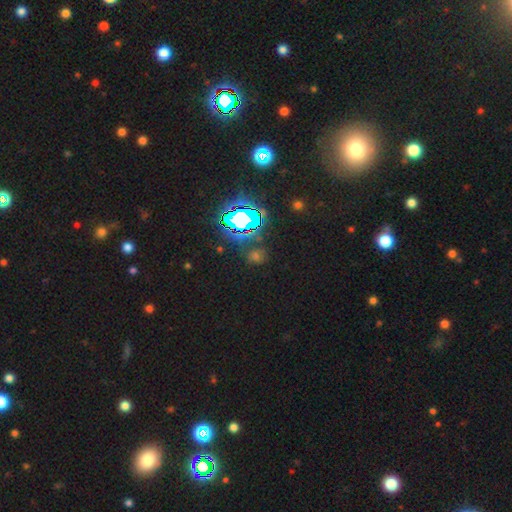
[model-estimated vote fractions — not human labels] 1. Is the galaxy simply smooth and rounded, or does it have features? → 61% star or artifact, 30% smooth, 9% featured or disk.